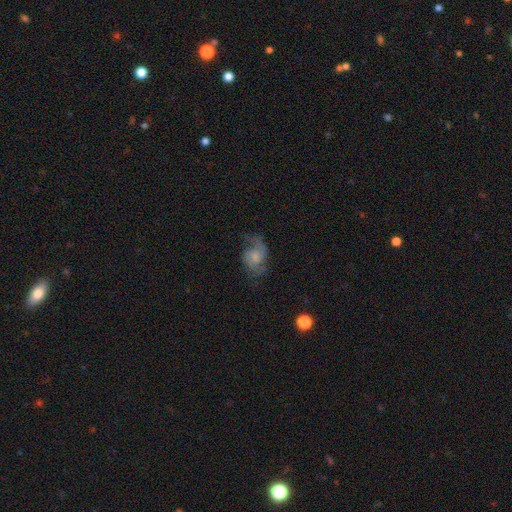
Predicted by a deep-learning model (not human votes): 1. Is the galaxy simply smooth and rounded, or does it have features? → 67% featured or disk, 21% smooth, 12% star or artifact.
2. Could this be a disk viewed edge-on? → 97% no, 3% yes.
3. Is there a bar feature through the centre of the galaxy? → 68% no, 28% weak, 4% strong.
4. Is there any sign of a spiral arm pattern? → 89% yes, 11% no.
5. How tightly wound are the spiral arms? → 44% medium, 38% loose, 18% tight.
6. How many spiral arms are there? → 63% 2, 18% 1, 13% can't tell, 3% 3, 2% 4, 2% more than 4.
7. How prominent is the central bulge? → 47% small, 35% moderate, 12% none, 5% large, 2% dominant.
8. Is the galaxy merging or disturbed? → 57% none, 21% minor disturbance, 20% major disturbance, 2% merger.